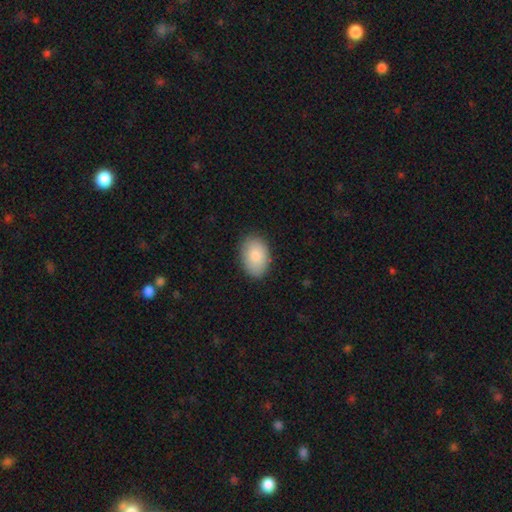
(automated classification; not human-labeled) This is clearly a smooth galaxy (84%). How rounded: clearly in between (87%). Merging: clearly none (86%).